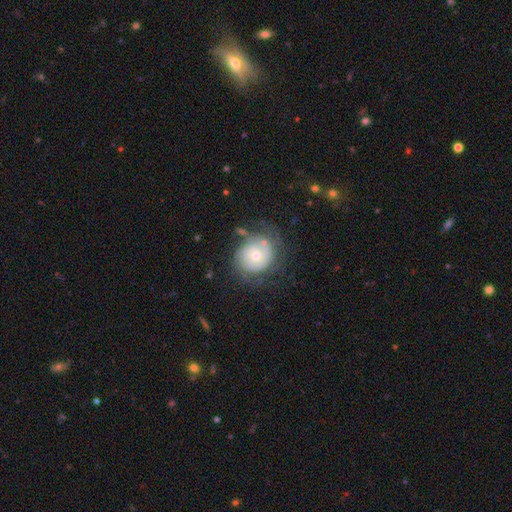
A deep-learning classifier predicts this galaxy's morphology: A featured or disk galaxy (69%) with no bar (76%), tight (64%) spiral arms (86%) and a small central bulge (49%).

Vote fractions:
- Smooth or featured? featured or disk: 69% / smooth: 24% / star or artifact: 7%
- Edge-on disk? no: 98% / yes: 2%
- Bar? no: 76% / weak: 21% / strong: 3%
- Spiral arms? yes: 86% / no: 14%
- Spiral winding? tight: 64% / medium: 26% / loose: 10%
- Spiral arm count? can't tell: 38% / 2: 37% / 3: 12% / 1: 7% / 4: 4% / more than 4: 3%
- Bulge size? small: 49% / moderate: 45% / large: 3% / none: 1% / dominant: 1%
- Merging? none: 60% / minor disturbance: 22% / major disturbance: 13% / merger: 5%